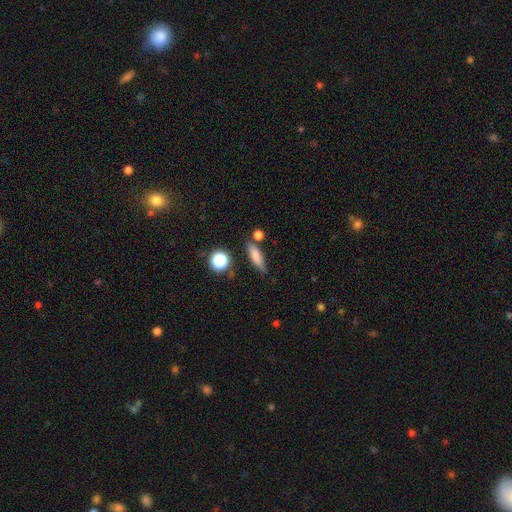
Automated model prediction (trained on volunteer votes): This appears to be a smooth galaxy with no disk features (76%) that is cigar-shaped (64%). Merging: none (75%).